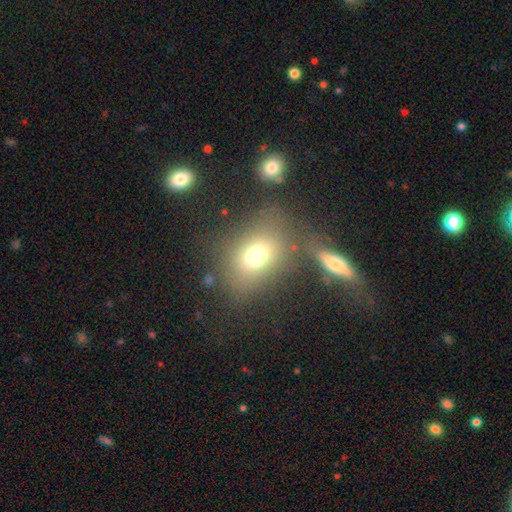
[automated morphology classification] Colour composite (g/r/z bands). It shows a smooth galaxy with no disk features (70%) that is in between round and cigar-shaped (57%). Merging: none (64%).